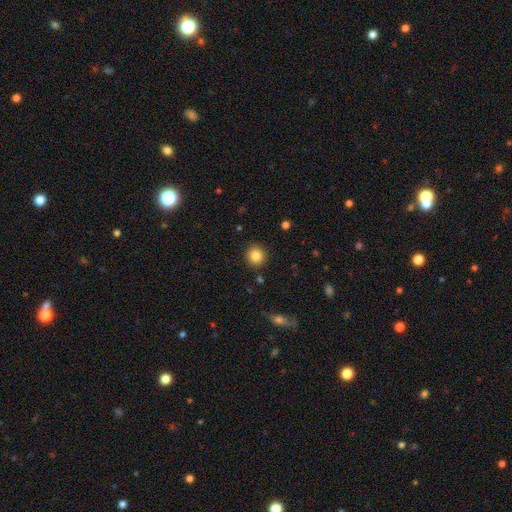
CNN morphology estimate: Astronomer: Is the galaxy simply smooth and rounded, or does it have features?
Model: smooth — 85%.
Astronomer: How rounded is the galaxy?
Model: round — 93%.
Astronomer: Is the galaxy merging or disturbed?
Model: none — 90%.